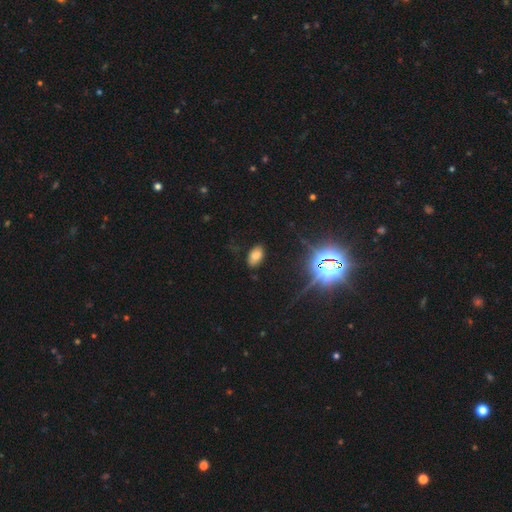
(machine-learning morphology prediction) Overall: smooth (72%). How rounded: in between (93%). Merging: none (83%).